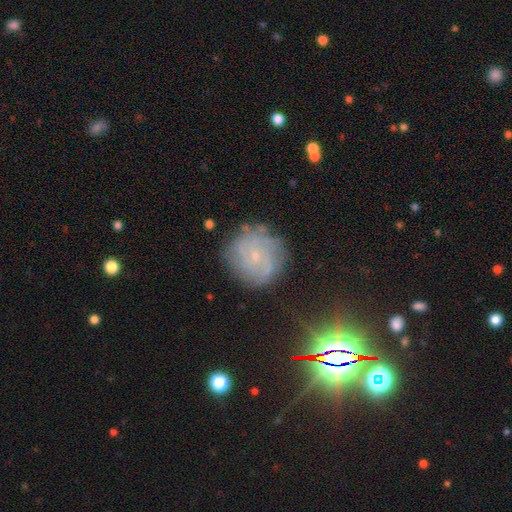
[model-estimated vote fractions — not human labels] Overall: featured or disk (53%; smooth 27%). Edge-on disk: no (96%). Bar: no (74%). Spiral arms: yes (81%). Bulge size: small (83%). Merging: none (77%).